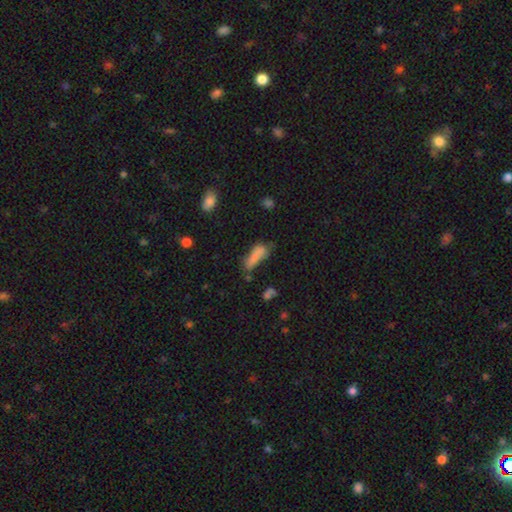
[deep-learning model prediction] A smooth galaxy with no disk features (75%) that is in between round and cigar-shaped (56%). Merging: none (37%).